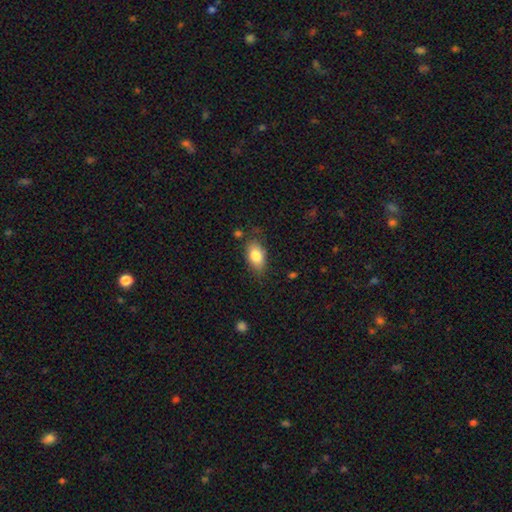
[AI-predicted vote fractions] This is clearly a smooth galaxy (82%). How rounded: clearly in between (89%). Merging: likely none (76%).